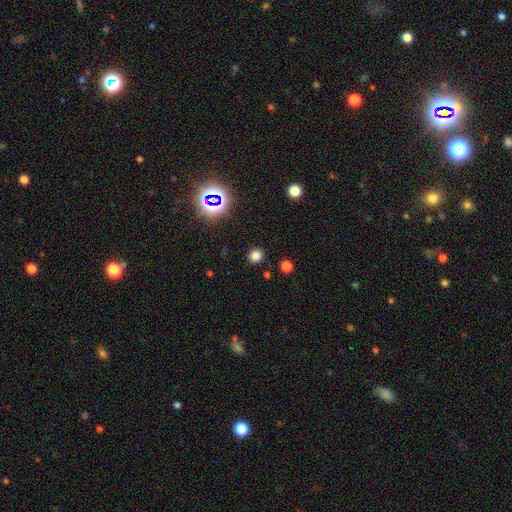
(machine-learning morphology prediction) type=smooth (77%); roundness=round (89%); merging=none (90%).